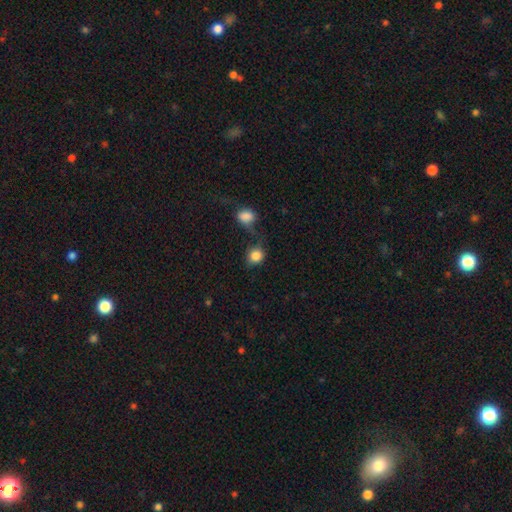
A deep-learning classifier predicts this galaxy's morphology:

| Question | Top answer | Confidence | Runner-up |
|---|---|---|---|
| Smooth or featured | smooth | 84% | star or artifact (10%) |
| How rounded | round | 75% | in between (24%) |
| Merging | none | 55% | merger (18%) |